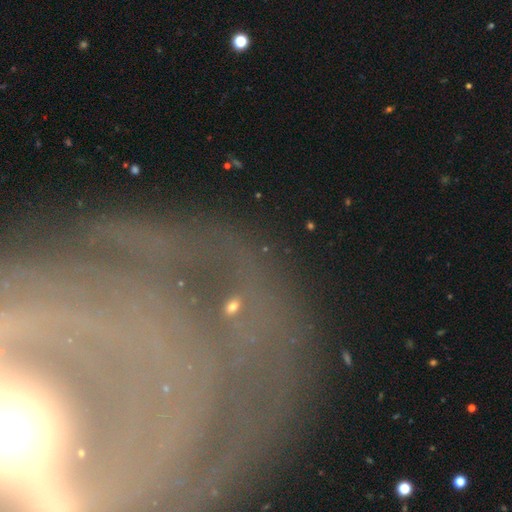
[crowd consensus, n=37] A featured or disk galaxy (81%) with a strong bar (89%), tight (75%) spiral arms (71%) and a moderate central bulge (54%).

Vote fractions:
- Smooth or featured? featured or disk: 81% / smooth: 11% / star or artifact: 8%
- Edge-on disk? no: 93% / yes: 7%
- Bar? strong: 89% / no: 11% / weak: 0%
- Spiral arms? yes: 71% / no: 29%
- Spiral winding? tight: 75% / medium: 15% / loose: 10%
- Spiral arm count? can't tell: 45% / 2: 25% / 1: 10% / 3: 10% / more than 4: 10% / 4: 0%
- Bulge size? moderate: 54% / large: 32% / small: 11% / none: 4% / dominant: 0%
- Merging? none: 82% / minor disturbance: 9% / major disturbance: 9% / merger: 0%